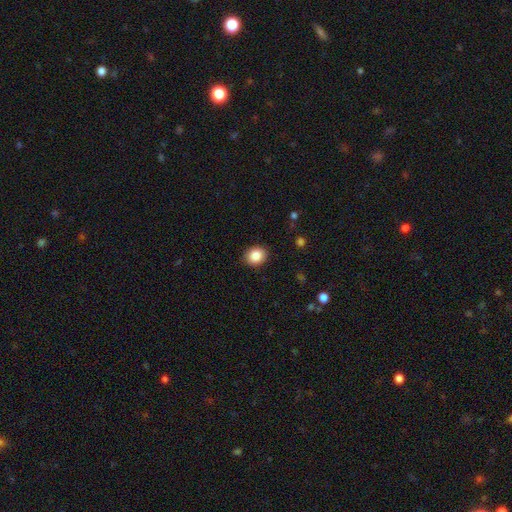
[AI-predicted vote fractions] smooth-or-featured: smooth: 87% | star or artifact: 9% | featured or disk: 5%
  how-rounded: round: 64% | in between: 35% | cigar-shaped: 1%
  merging: none: 89% | minor disturbance: 7% | major disturbance: 2% | merger: 1%